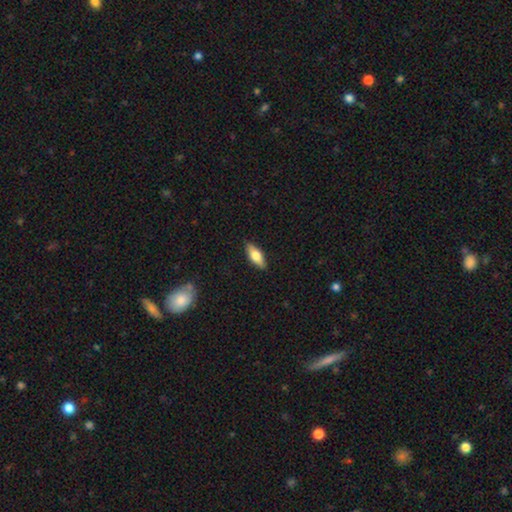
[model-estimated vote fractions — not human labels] Q: Smooth or featured?
A: smooth (65%); runner-up: featured or disk (29%)
Q: How rounded?
A: in between (70%); runner-up: cigar-shaped (27%)
Q: Merging?
A: none (88%); runner-up: minor disturbance (9%)